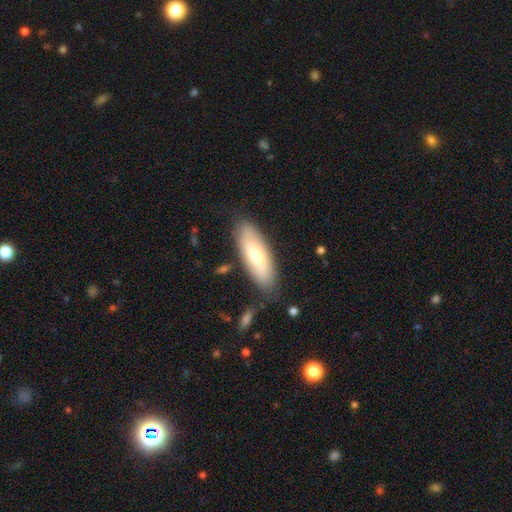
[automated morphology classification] Overall: smooth (61%; featured or disk 34%). How rounded: in between (69%). Merging: none (82%).